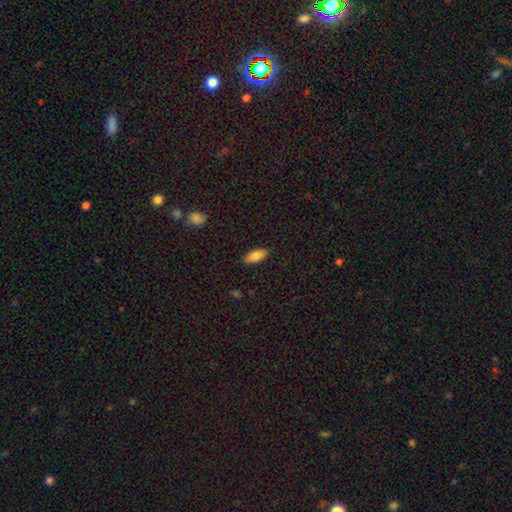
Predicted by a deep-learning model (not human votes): Q: Smooth or featured?
A: smooth (84%); runner-up: featured or disk (9%)
Q: How rounded?
A: in between (86%); runner-up: cigar-shaped (12%)
Q: Merging?
A: none (87%); runner-up: minor disturbance (10%)